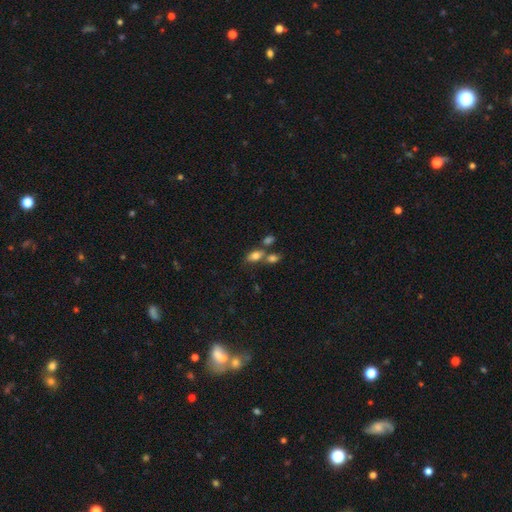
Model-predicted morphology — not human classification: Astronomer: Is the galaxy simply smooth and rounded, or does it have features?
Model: smooth — 77%.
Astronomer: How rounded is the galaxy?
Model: in between — 85%.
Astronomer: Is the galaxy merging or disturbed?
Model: none — 43% (runner-up: merger, 40%).